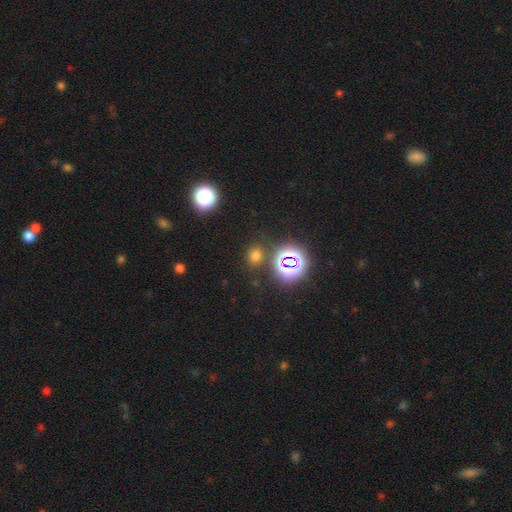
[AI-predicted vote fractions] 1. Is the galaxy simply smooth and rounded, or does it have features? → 65% smooth, 29% star or artifact, 6% featured or disk.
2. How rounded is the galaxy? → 59% round, 39% in between, 1% cigar-shaped.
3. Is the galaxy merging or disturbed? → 83% none, 9% minor disturbance, 4% merger, 3% major disturbance.